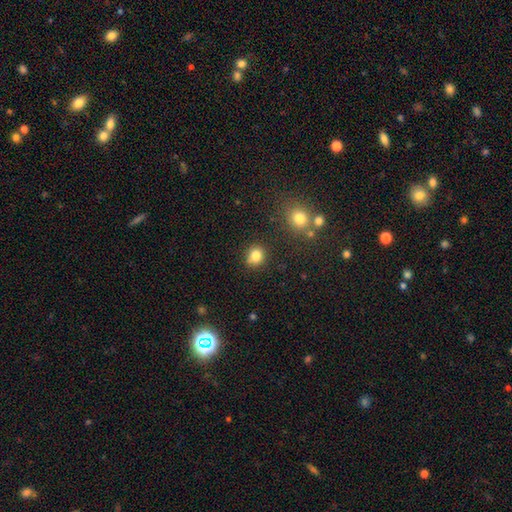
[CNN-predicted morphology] smooth-or-featured: smooth: 81% | star or artifact: 12% | featured or disk: 6%
  how-rounded: round: 78% | in between: 21% | cigar-shaped: 1%
  merging: none: 77% | minor disturbance: 13% | merger: 7% | major disturbance: 3%